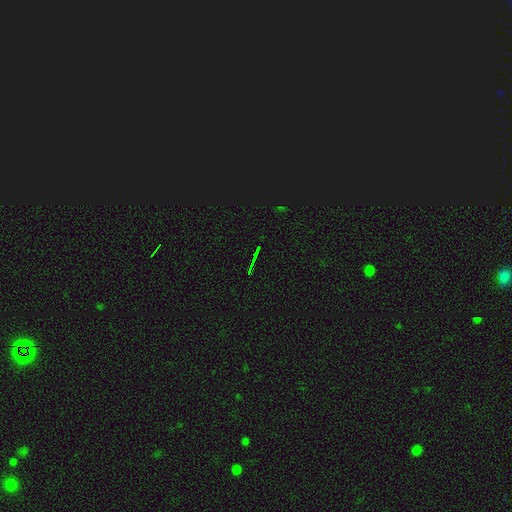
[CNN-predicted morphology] This is likely a star or artifact rather than a galaxy (77%).